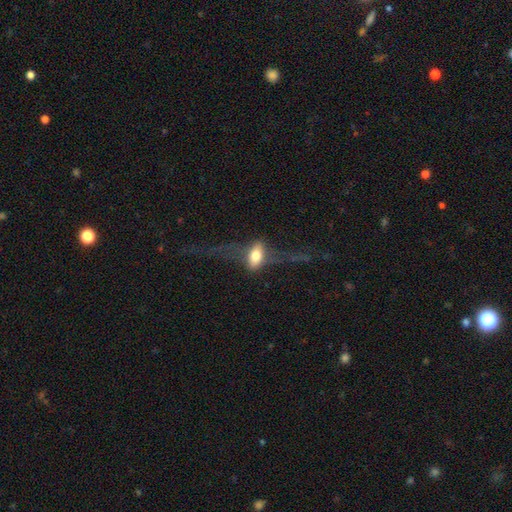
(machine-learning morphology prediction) Smooth or featured? featured or disk (51%)
Edge-on disk? yes (63%)
Merging? none (43%)